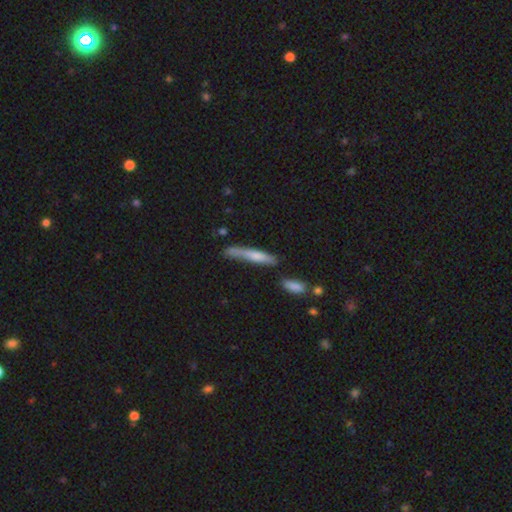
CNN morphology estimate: A smooth galaxy with no disk features (60%) that is cigar-shaped (91%). Merging: none (59%).